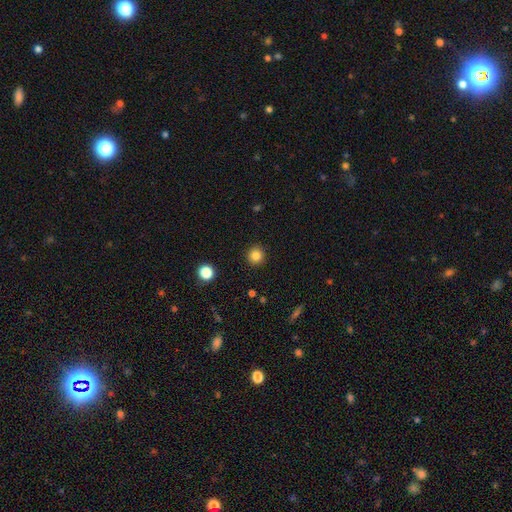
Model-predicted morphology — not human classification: Smooth or featured?
  - smooth: 83% *
  - star or artifact: 12%
  - featured or disk: 5%
How rounded?
  - round: 94% *
  - in between: 5%
  - cigar-shaped: 1%
Merging?
  - none: 92% *
  - minor disturbance: 5%
  - major disturbance: 2%
  - merger: 1%